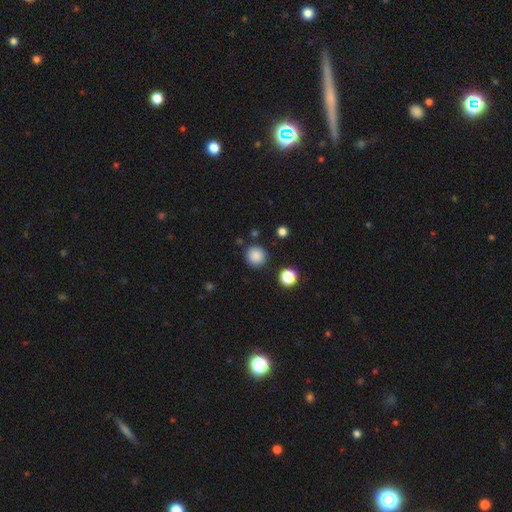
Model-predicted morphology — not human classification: smooth 86%, star or artifact 11%, featured or disk 4%. Down the decision tree: how rounded — round (93%); merging — none (87%).